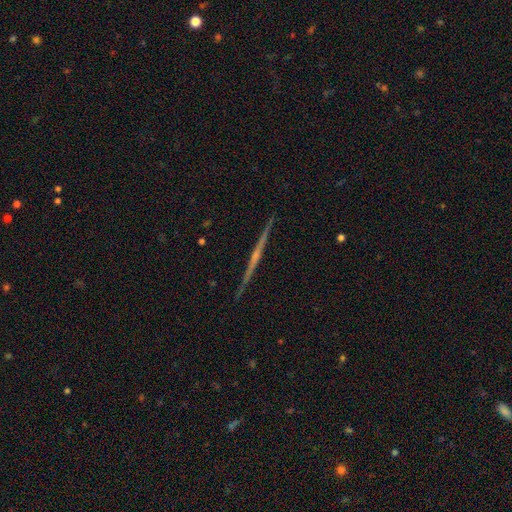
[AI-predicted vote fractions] Smooth or featured? Predicted: featured or disk (p=0.80). Edge-on disk? Predicted: yes (p=0.99). Edge-on bulge? Predicted: none (p=0.47). Merging? Predicted: none (p=0.93).